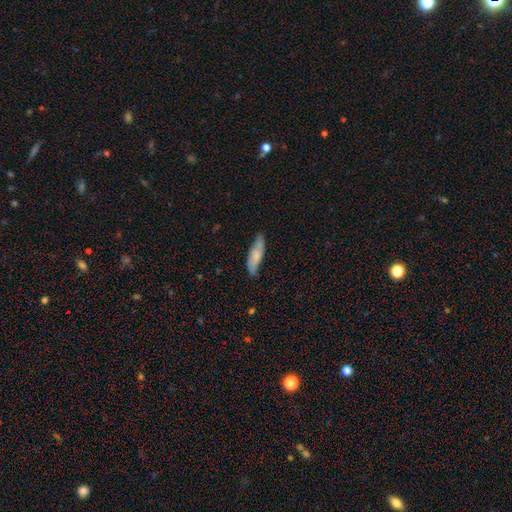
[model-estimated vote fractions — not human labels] Smooth or featured?
  - smooth: 67% *
  - featured or disk: 27%
  - star or artifact: 6%
How rounded?
  - cigar-shaped: 59% *
  - in between: 39%
  - round: 2%
Merging?
  - none: 73% *
  - minor disturbance: 21%
  - major disturbance: 4%
  - merger: 2%